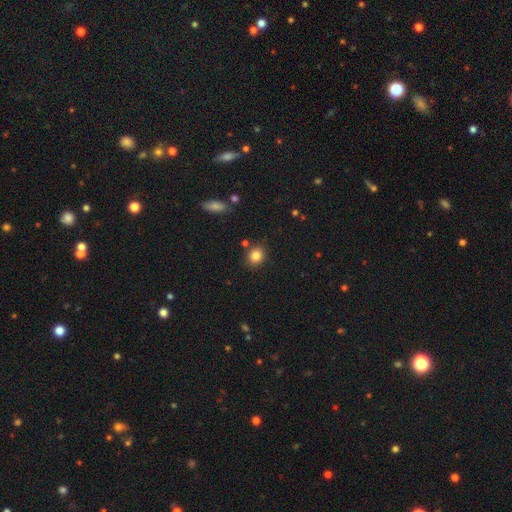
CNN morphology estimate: Smooth or featured? smooth (83%)
How rounded? round (72%)
Merging? none (83%)